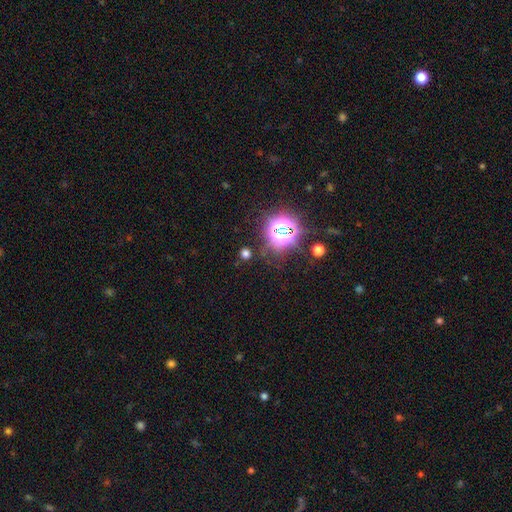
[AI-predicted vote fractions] Smooth or featured?
  - star or artifact: 80% *
  - smooth: 14%
  - featured or disk: 6%